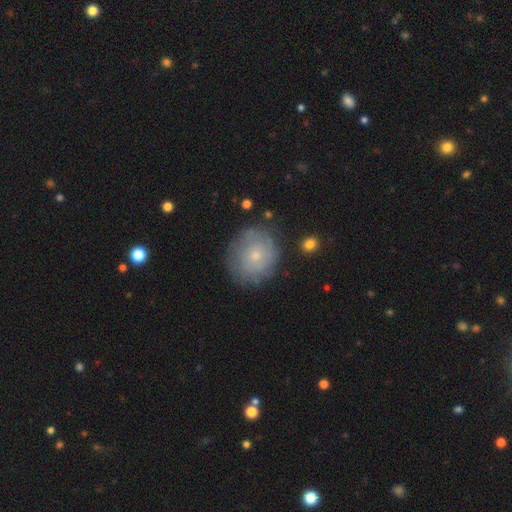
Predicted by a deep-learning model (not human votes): This is possibly a smooth galaxy (49%). Merging: likely none (75%).